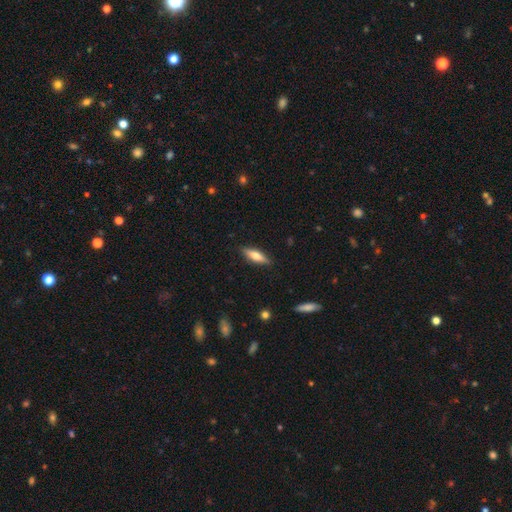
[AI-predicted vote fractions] The model was most divided on "how rounded": cigar-shaped: 57%, in between: 41%, round: 2%. More confident: merging — none (87%); smooth or featured — smooth (57%).